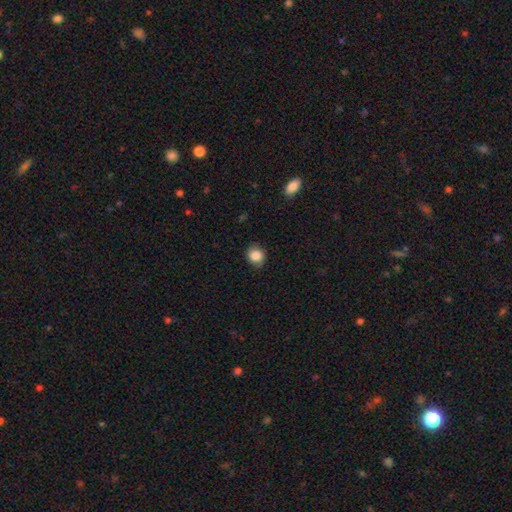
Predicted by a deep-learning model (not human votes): smooth-or-featured: smooth: 85% | star or artifact: 9% | featured or disk: 6%
  how-rounded: round: 77% | in between: 22% | cigar-shaped: 1%
  merging: none: 82% | minor disturbance: 14% | major disturbance: 3% | merger: 1%